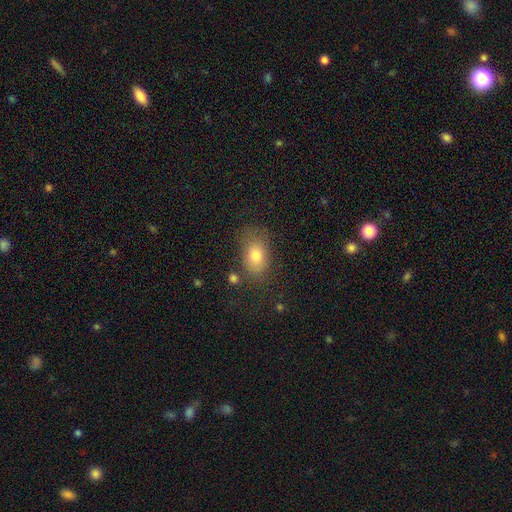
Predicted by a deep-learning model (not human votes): Q: Smooth or featured?
A: smooth (78%); runner-up: featured or disk (12%)
Q: How rounded?
A: in between (85%); runner-up: round (14%)
Q: Merging?
A: none (68%); runner-up: minor disturbance (20%)